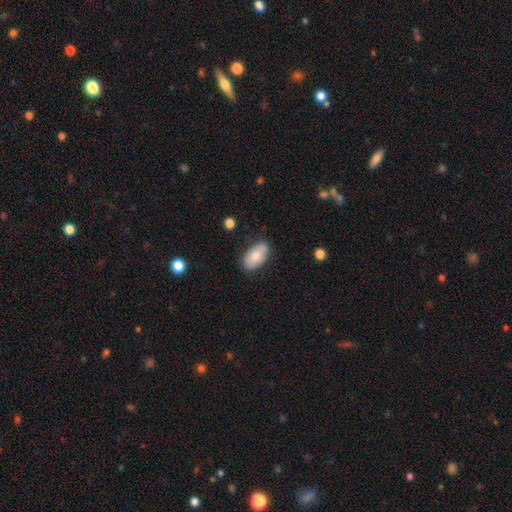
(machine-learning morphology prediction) Smooth or featured? Predicted: smooth (p=0.73). How rounded? Predicted: in between (p=0.93). Merging? Predicted: none (p=0.81).